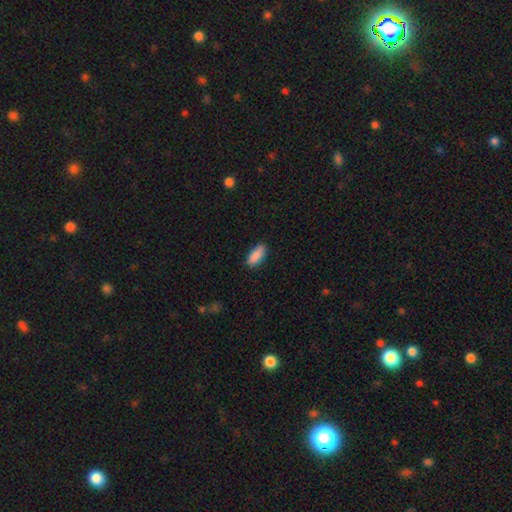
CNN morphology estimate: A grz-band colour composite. It shows a smooth galaxy with no disk features (89%) that is in between round and cigar-shaped (81%). Merging: none (82%).